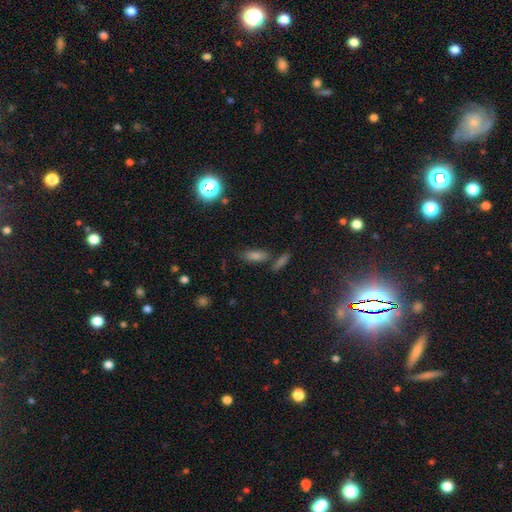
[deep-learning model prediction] smooth_or_featured: smooth (p=0.67) [alt: star or artifact p=0.22]
how_rounded: in between (p=0.65) [alt: cigar-shaped p=0.28]
merging: none (p=0.67) [alt: merger p=0.18]